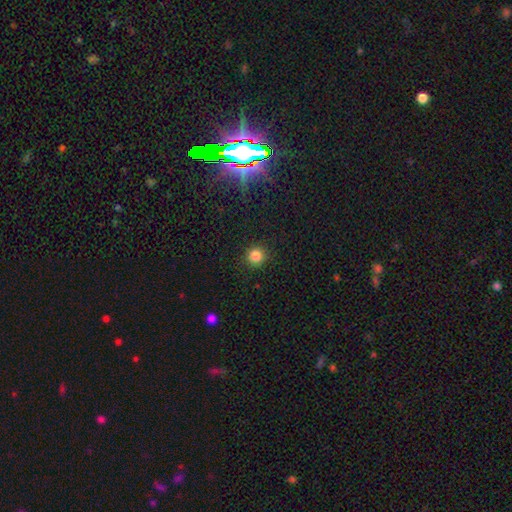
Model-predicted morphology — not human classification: type=smooth (84%); roundness=round (94%); merging=none (91%).